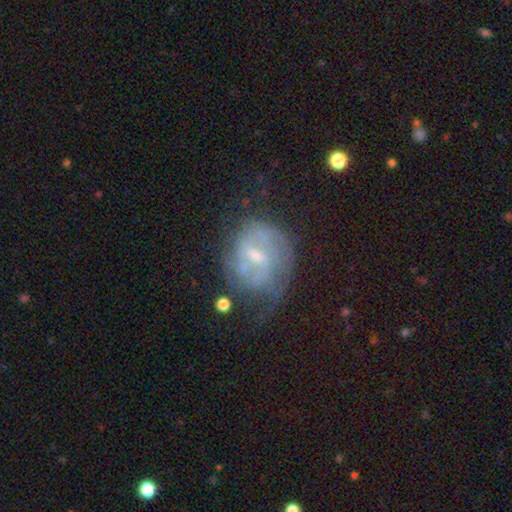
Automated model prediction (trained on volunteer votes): A featured or disk galaxy (70%) with a weak bar (57%), spiral arms (73%) and a small central bulge (53%).

Vote fractions:
- Smooth or featured? featured or disk: 70% / smooth: 21% / star or artifact: 9%
- Edge-on disk? no: 97% / yes: 3%
- Bar? weak: 57% / no: 28% / strong: 15%
- Spiral arms? yes: 73% / no: 27%
- Bulge size? small: 53% / moderate: 36% / none: 8% / large: 2% / dominant: 1%
- Merging? none: 45% / minor disturbance: 25% / major disturbance: 25% / merger: 5%